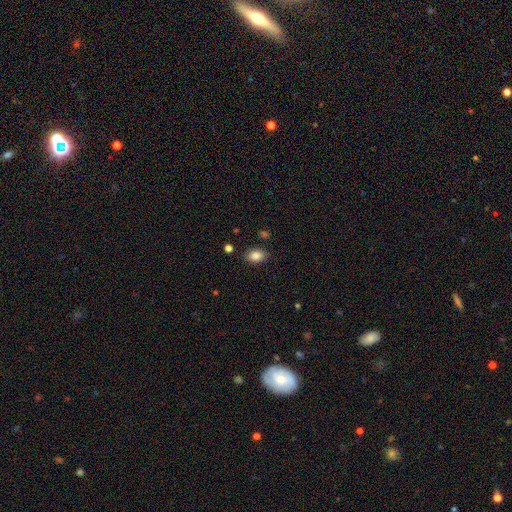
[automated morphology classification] A smooth galaxy with no disk features (85%) that is in between round and cigar-shaped (77%). Merging: none (84%).